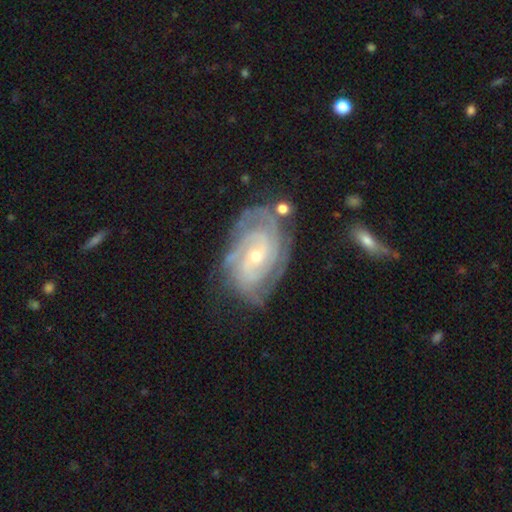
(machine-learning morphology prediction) Smooth or featured: featured or disk — 88% (smooth — 7%)
Edge-on disk: no — 97% (yes — 3%)
Bar: no — 63% (weak — 28%)
Spiral arms: yes — 97% (no — 3%)
Spiral winding: tight — 70% (medium — 25%)
Spiral arm count: 3 — 28% (can't tell — 24%)
Bulge size: small — 60% (moderate — 37%)
Merging: none — 69% (minor disturbance — 20%)